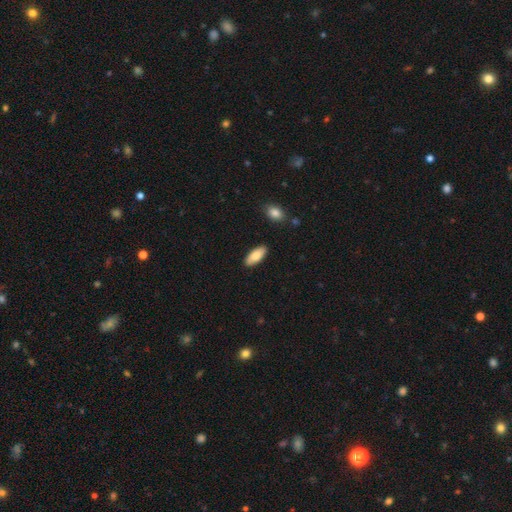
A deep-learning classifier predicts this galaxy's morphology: smooth 82%, featured or disk 12%, star or artifact 6%. Down the decision tree: how rounded — in between (81%); merging — none (88%).